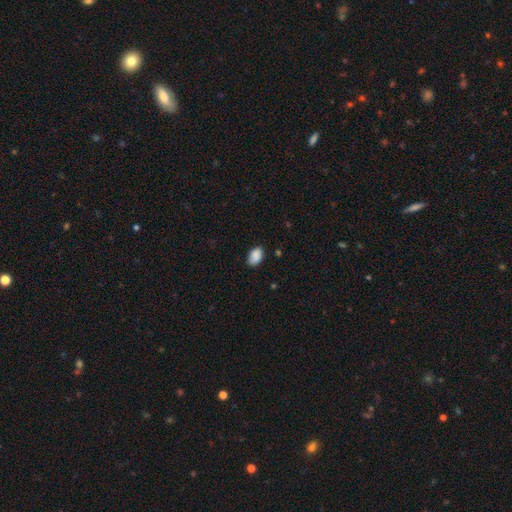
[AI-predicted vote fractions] A smooth galaxy with no disk features (90%) that is in between round and cigar-shaped (91%). Merging: none (82%).